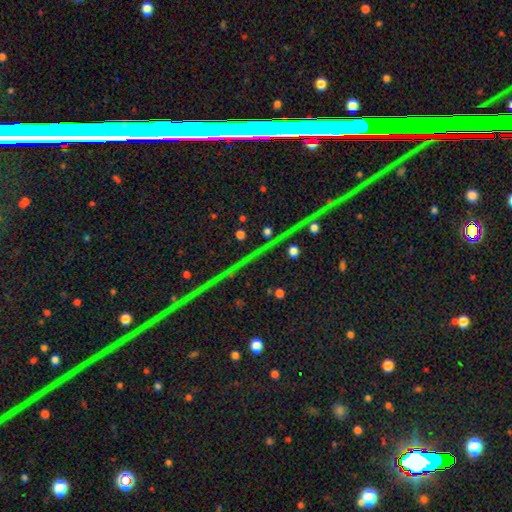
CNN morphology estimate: smooth_or_featured: star or artifact (p=0.77) [alt: featured or disk p=0.15]